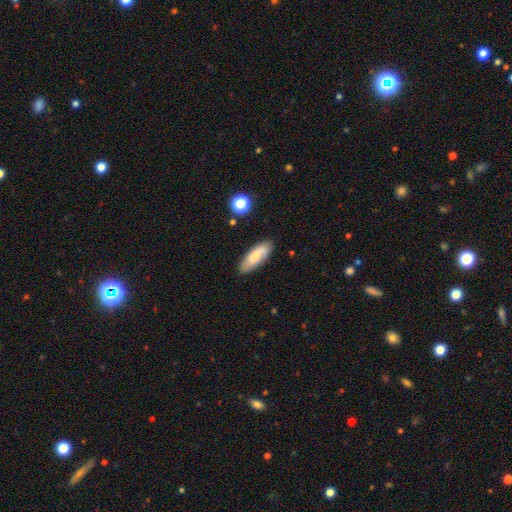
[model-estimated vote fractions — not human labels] This appears to be a smooth galaxy with no disk features (67%) that is in between round and cigar-shaped (68%). Merging: none (83%).